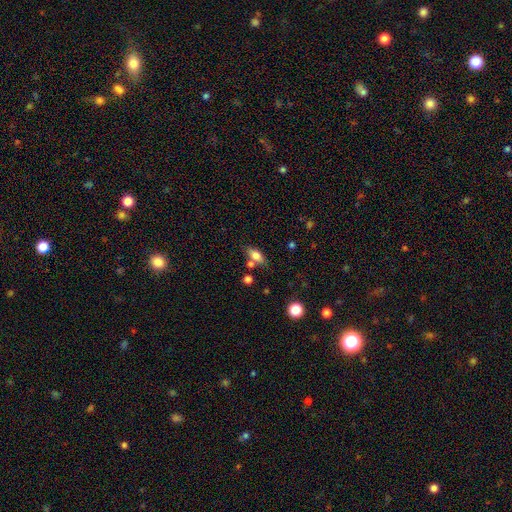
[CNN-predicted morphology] Smooth or featured?
  - smooth: 72% *
  - featured or disk: 19%
  - star or artifact: 9%
How rounded?
  - in between: 79% *
  - cigar-shaped: 15%
  - round: 6%
Merging?
  - none: 63% *
  - merger: 16%
  - minor disturbance: 15%
  - major disturbance: 5%